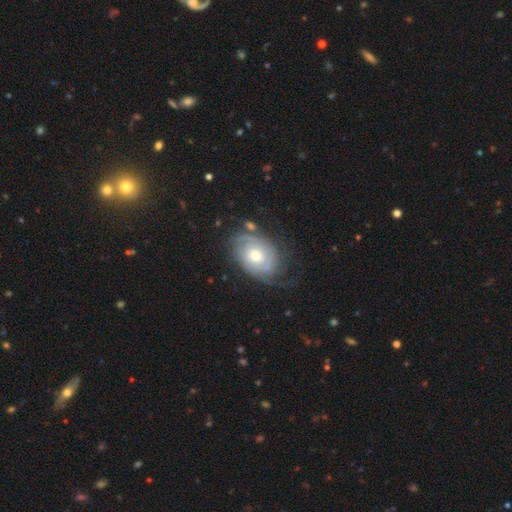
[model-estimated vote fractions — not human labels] Overall: featured or disk (82%). Edge-on disk: no (96%). Bar: no (76%). Spiral arms: yes (94%). Spiral arm count: 2 (39%; can't tell 32%). Spiral winding: tight (72%). Bulge size: moderate (65%; small 29%). Merging: none (67%).